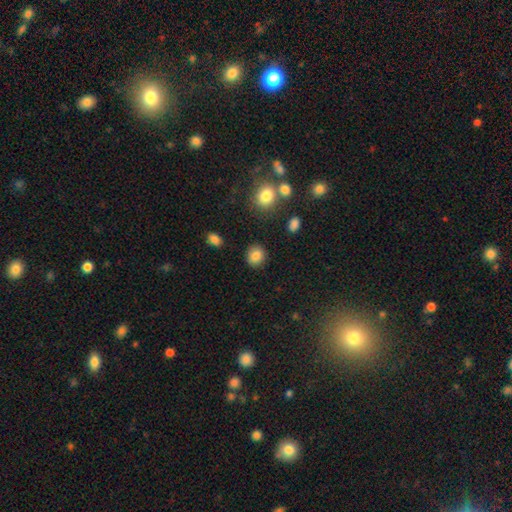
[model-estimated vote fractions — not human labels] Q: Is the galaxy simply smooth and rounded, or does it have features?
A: smooth — 85%.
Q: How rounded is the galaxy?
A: round — 80%.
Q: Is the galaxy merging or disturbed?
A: none — 89%.